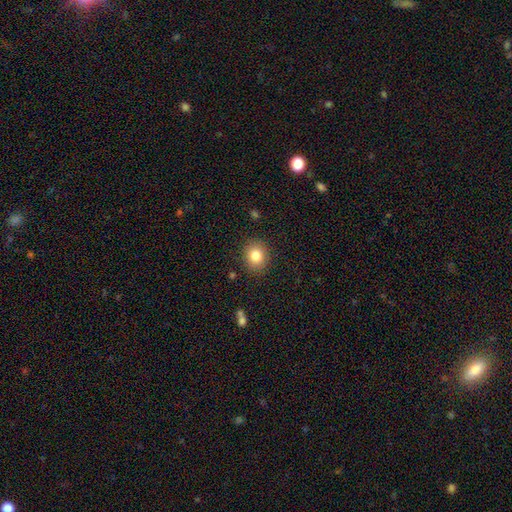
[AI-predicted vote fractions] Q: Smooth or featured?
A: smooth (82%); runner-up: star or artifact (10%)
Q: How rounded?
A: round (66%); runner-up: in between (34%)
Q: Merging?
A: none (88%); runner-up: minor disturbance (9%)